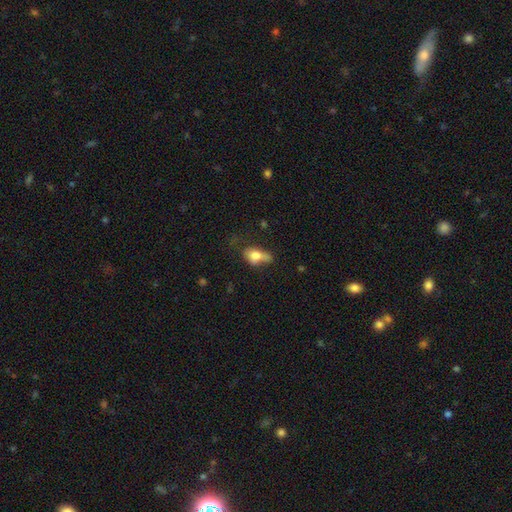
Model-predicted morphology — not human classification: Smooth or featured: smooth — 72% (featured or disk — 20%)
How rounded: in between — 80% (round — 13%)
Merging: minor disturbance — 33% (none — 31%)